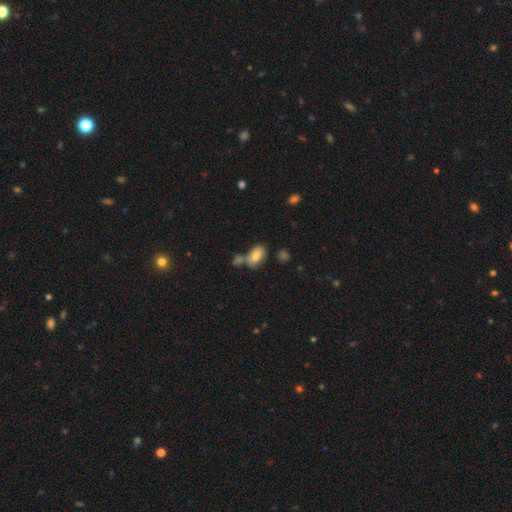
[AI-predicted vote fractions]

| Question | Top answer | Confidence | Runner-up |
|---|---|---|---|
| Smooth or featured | smooth | 80% | featured or disk (11%) |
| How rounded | in between | 91% | round (7%) |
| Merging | none | 44% | merger (33%) |